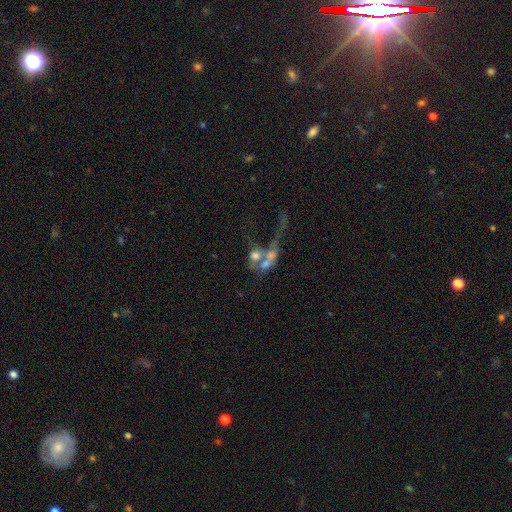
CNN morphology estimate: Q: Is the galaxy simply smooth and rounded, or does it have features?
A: smooth — 46%.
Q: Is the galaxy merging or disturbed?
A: merger — 61%.